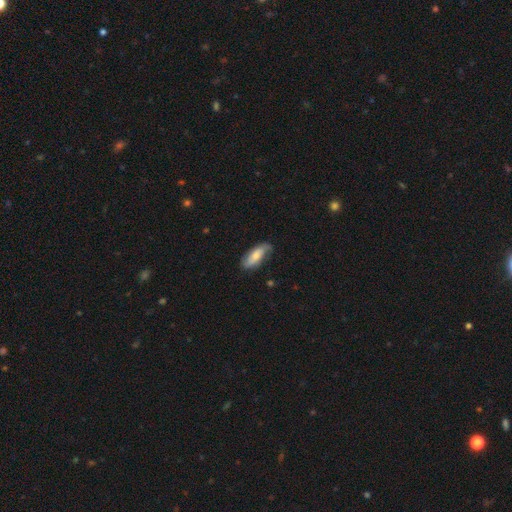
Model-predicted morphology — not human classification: A smooth galaxy with no disk features (48%).

Vote fractions:
- Smooth or featured? smooth: 48% / featured or disk: 46% / star or artifact: 6%
- Merging? none: 72% / minor disturbance: 22% / major disturbance: 5% / merger: 2%